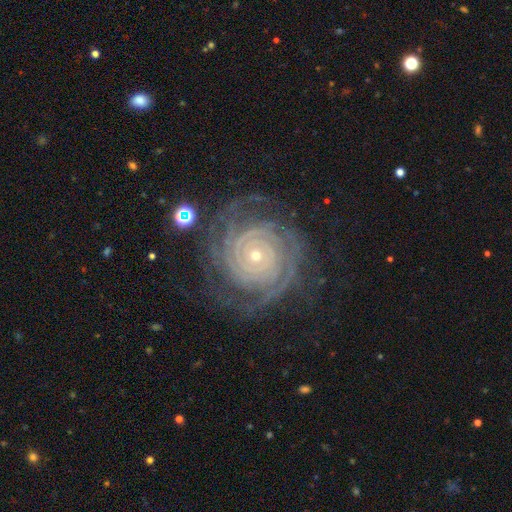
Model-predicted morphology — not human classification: Smooth or featured: featured or disk — 90% (star or artifact — 7%)
Edge-on disk: no — 97% (yes — 3%)
Bar: no — 78% (weak — 13%)
Spiral arms: yes — 98% (no — 2%)
Spiral winding: tight — 88% (medium — 10%)
Spiral arm count: 2 — 21% (4 — 20%)
Bulge size: small — 77% (moderate — 20%)
Merging: none — 76% (minor disturbance — 14%)